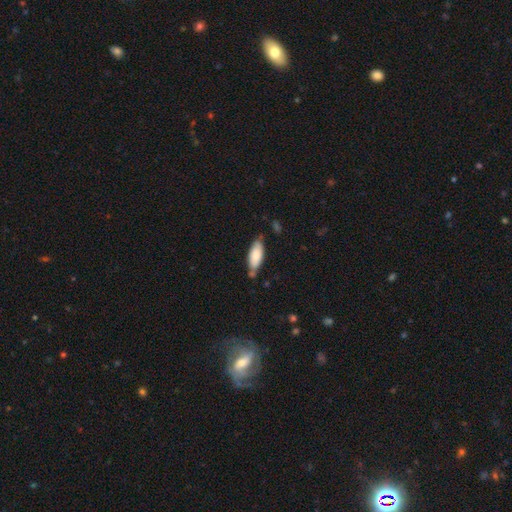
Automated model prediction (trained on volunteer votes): Morphology: type=smooth (81%); roundness=in between (78%); merging=none (62%).